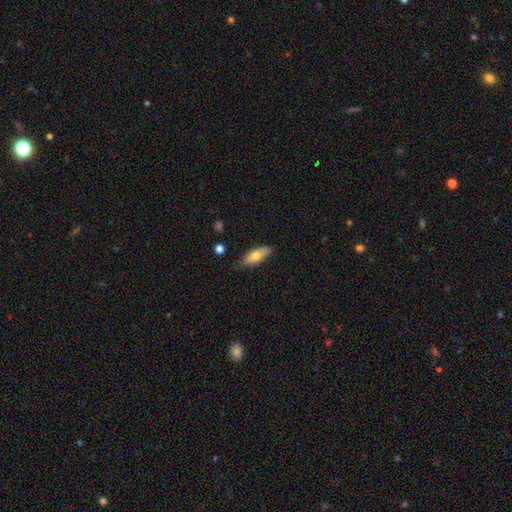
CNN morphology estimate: Smooth or featured: smooth — 72% (featured or disk — 22%)
How rounded: in between — 76% (cigar-shaped — 22%)
Merging: none — 79% (minor disturbance — 17%)